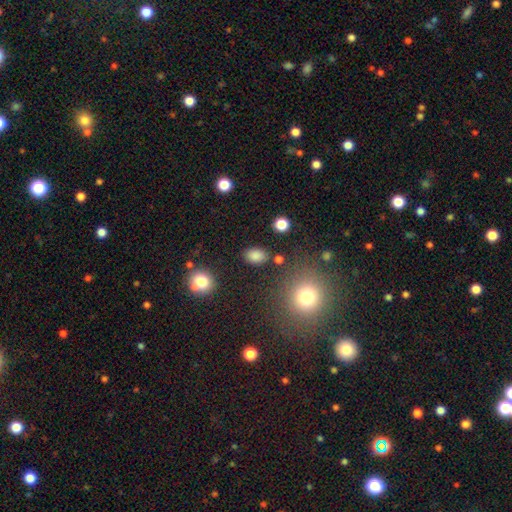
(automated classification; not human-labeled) This appears to be a smooth galaxy with no disk features (84%) that is in between round and cigar-shaped (81%). Merging: none (83%).